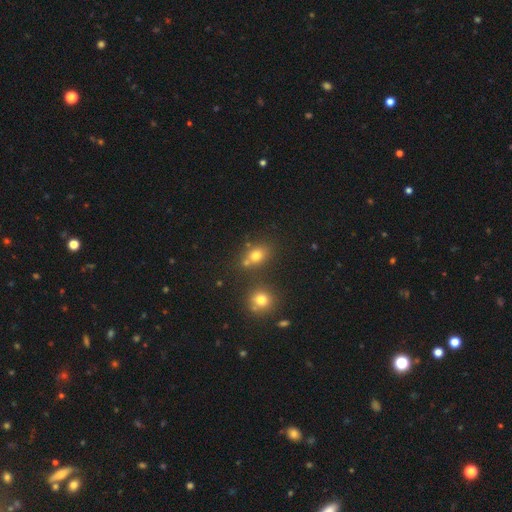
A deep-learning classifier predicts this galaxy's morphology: Q: Smooth or featured?
A: smooth (73%); runner-up: star or artifact (17%)
Q: How rounded?
A: in between (52%); runner-up: round (46%)
Q: Merging?
A: none (60%); runner-up: merger (23%)